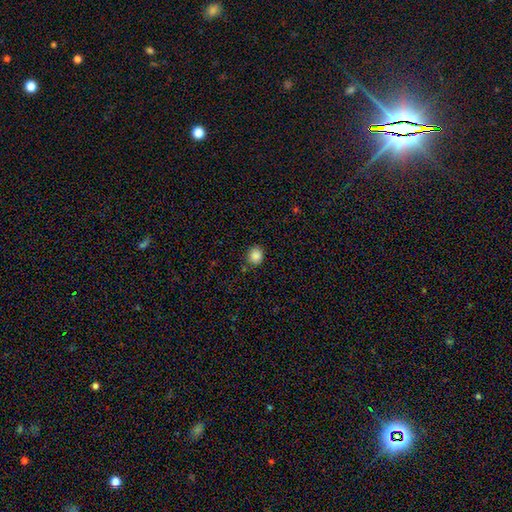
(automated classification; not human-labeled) The model was most divided on "how rounded": round: 77%, in between: 22%, cigar-shaped: 1%. More confident: smooth or featured — smooth (86%); merging — none (84%).